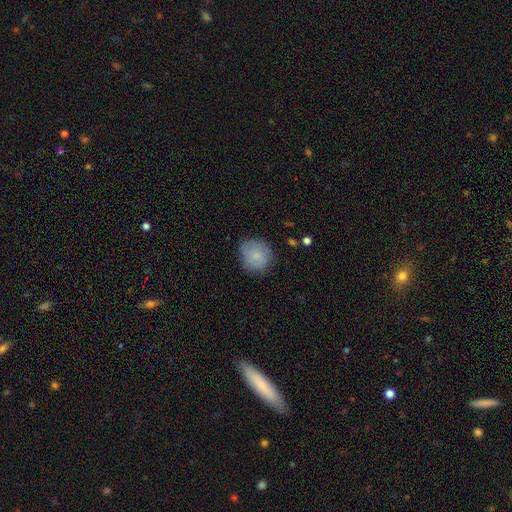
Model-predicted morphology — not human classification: type=smooth (79%); roundness=round (81%); merging=none (75%).